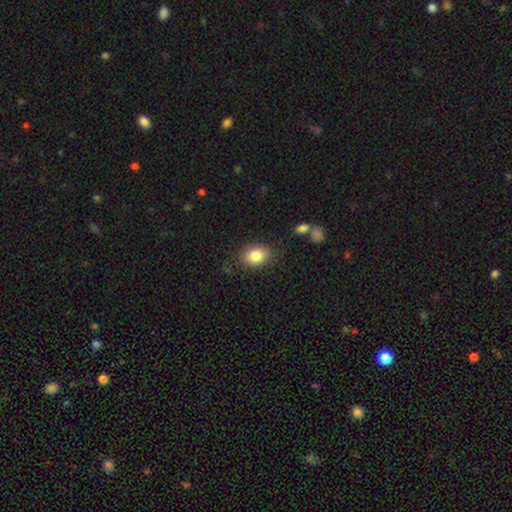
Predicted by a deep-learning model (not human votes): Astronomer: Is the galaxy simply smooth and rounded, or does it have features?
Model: smooth — 83%.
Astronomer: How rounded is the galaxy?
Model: in between — 76%.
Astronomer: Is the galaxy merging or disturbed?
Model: none — 83%.